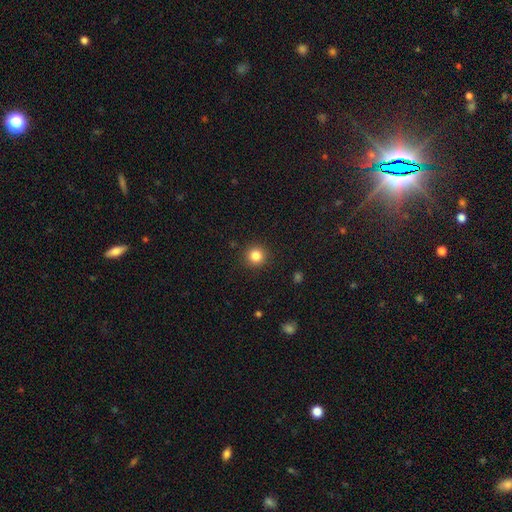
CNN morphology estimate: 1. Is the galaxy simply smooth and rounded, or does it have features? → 84% smooth, 12% star or artifact, 5% featured or disk.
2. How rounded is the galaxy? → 95% round, 4% in between, 1% cigar-shaped.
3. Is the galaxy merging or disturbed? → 91% none, 5% minor disturbance, 2% major disturbance, 1% merger.